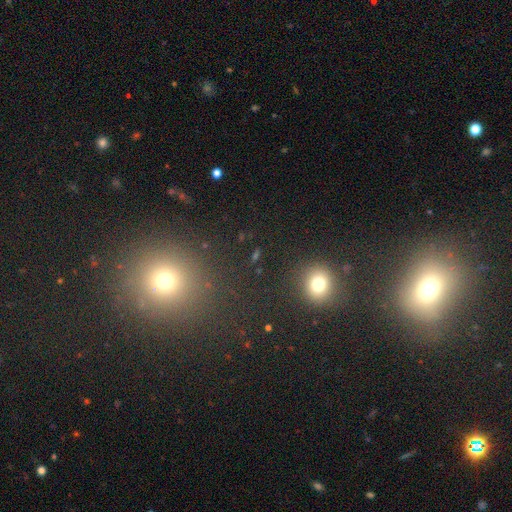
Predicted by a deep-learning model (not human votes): Smooth or featured? smooth (56%)
How rounded? round (76%)
Merging? none (84%)